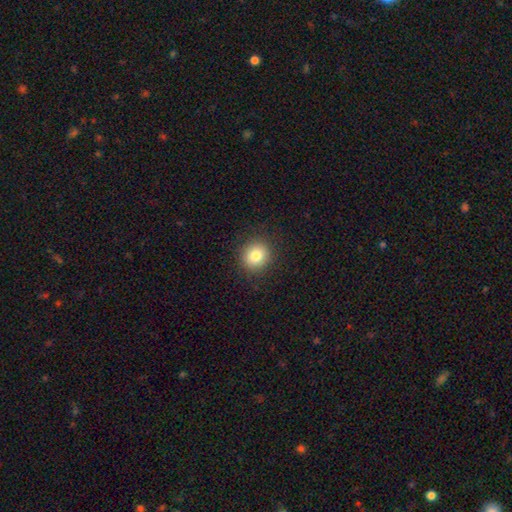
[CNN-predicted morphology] Q: Smooth or featured?
A: smooth (83%); runner-up: star or artifact (10%)
Q: How rounded?
A: round (84%); runner-up: in between (15%)
Q: Merging?
A: none (90%); runner-up: minor disturbance (7%)